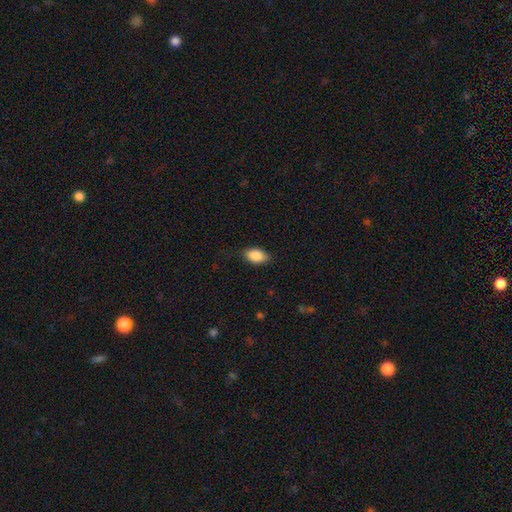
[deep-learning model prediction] smooth 86%, star or artifact 7%, featured or disk 7%. Down the decision tree: how rounded — in between (89%); merging — none (82%).